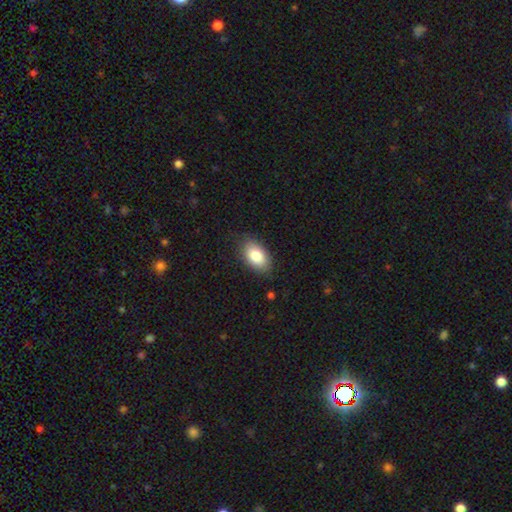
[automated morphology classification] This appears to be a smooth galaxy with no disk features (83%) that is in between round and cigar-shaped (91%). Merging: none (82%).